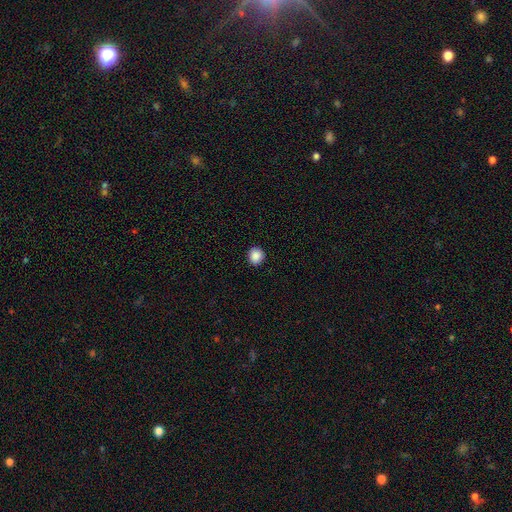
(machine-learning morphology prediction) The model was most divided on "smooth or featured": smooth: 88%, star or artifact: 9%, featured or disk: 3%. More confident: merging — none (92%); how rounded — round (90%).